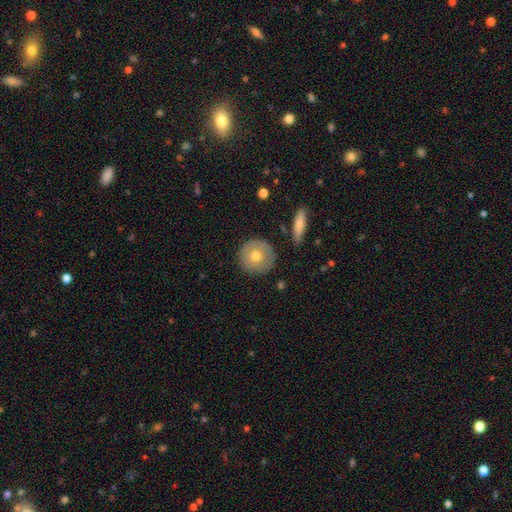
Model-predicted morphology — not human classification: A smooth galaxy with no disk features (63%) that is round (93%).

Vote fractions:
- Smooth or featured? smooth: 63% / featured or disk: 30% / star or artifact: 7%
- How rounded? round: 93% / in between: 6% / cigar-shaped: 1%
- Merging? none: 86% / minor disturbance: 9% / major disturbance: 2% / merger: 2%